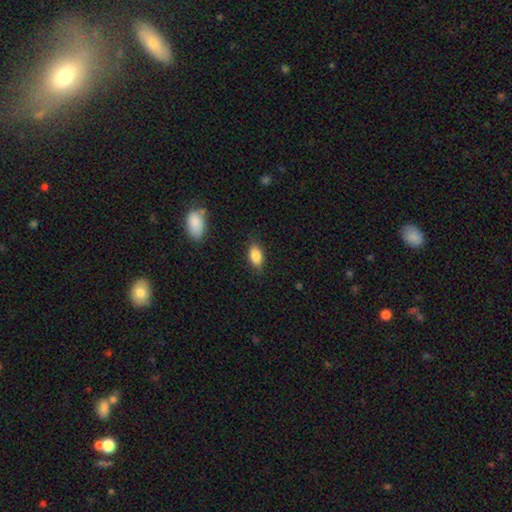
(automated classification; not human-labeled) Smooth or featured? smooth (84%)
How rounded? in between (88%)
Merging? none (82%)